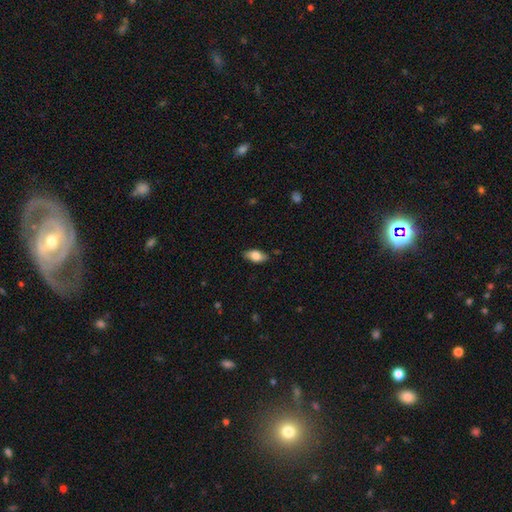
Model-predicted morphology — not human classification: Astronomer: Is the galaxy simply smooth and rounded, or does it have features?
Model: smooth — 75%.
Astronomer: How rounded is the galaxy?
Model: in between — 88%.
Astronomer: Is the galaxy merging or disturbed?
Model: none — 83%.